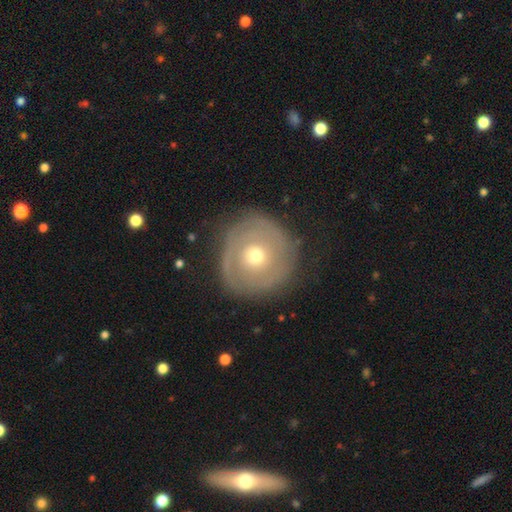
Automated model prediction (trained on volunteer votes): The model was most divided on "smooth or featured": featured or disk: 52%, smooth: 41%, star or artifact: 8%. More confident: edge-on disk — no (95%); merging — none (78%).